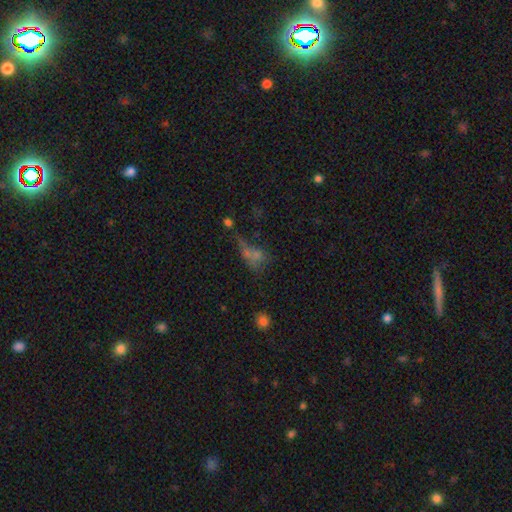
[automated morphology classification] type=star or artifact (44%).